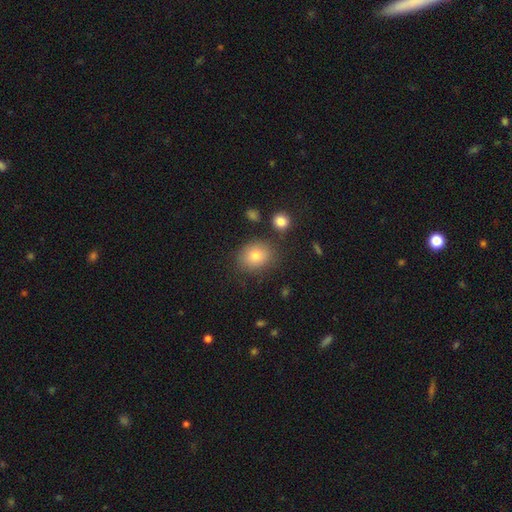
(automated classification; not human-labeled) Smooth or featured? smooth (79%)
How rounded? round (64%)
Merging? none (80%)